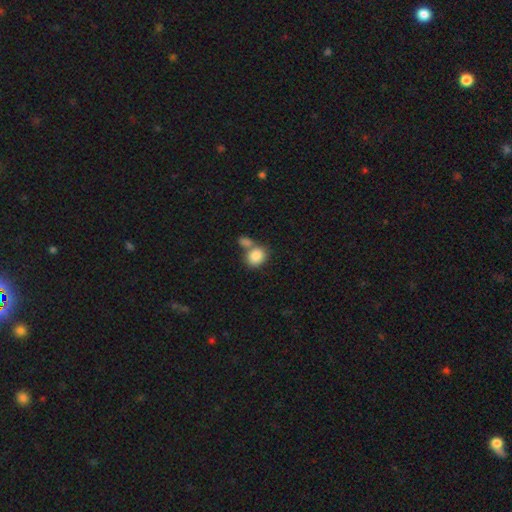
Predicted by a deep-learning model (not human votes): This is clearly a smooth galaxy (86%). How rounded: possibly in between (53%). Merging: marginally merger (44%).